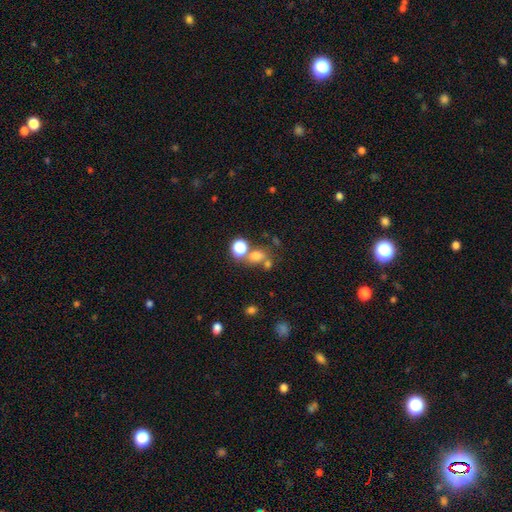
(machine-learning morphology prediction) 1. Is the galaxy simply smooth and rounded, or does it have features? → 67% smooth, 23% star or artifact, 10% featured or disk.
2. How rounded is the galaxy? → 54% round, 44% in between, 2% cigar-shaped.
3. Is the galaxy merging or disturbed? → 50% none, 33% merger, 11% minor disturbance, 6% major disturbance.